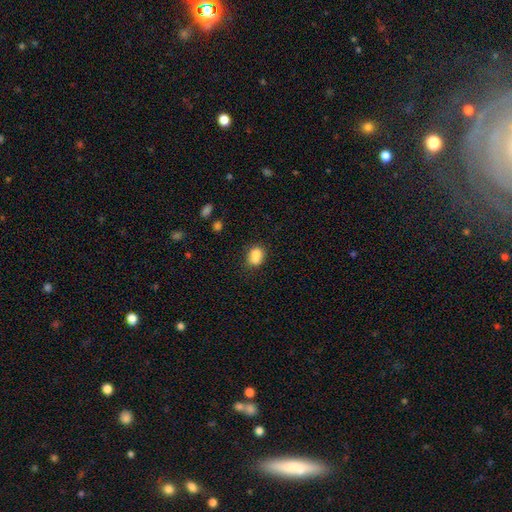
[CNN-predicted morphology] Smooth or featured: smooth — 81% (star or artifact — 10%)
How rounded: in between — 59% (round — 40%)
Merging: none — 53% (merger — 24%)